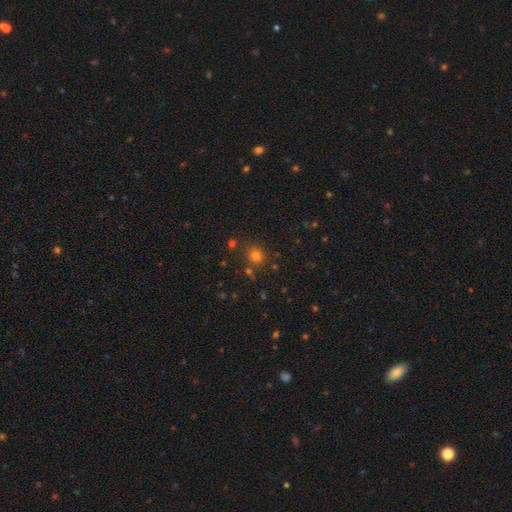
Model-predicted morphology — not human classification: Smooth or featured?
  - smooth: 76% *
  - star or artifact: 18%
  - featured or disk: 6%
How rounded?
  - round: 86% *
  - in between: 14%
  - cigar-shaped: 1%
Merging?
  - none: 81% *
  - minor disturbance: 9%
  - merger: 6%
  - major disturbance: 3%